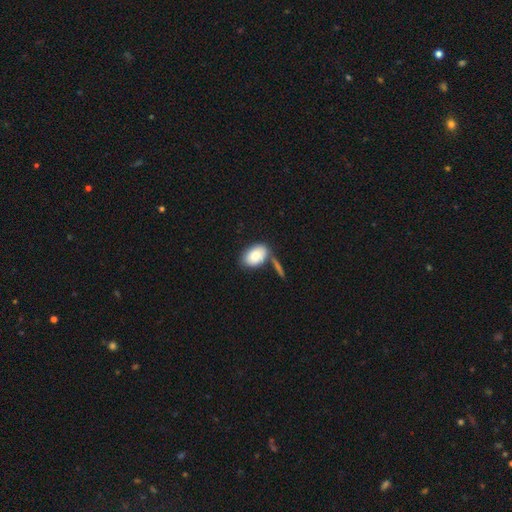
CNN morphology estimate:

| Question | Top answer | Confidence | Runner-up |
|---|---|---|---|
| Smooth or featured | smooth | 84% | featured or disk (9%) |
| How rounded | in between | 89% | round (9%) |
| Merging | none | 61% | merger (18%) |